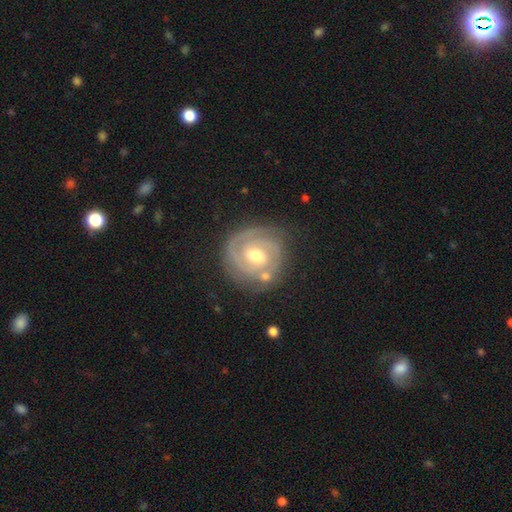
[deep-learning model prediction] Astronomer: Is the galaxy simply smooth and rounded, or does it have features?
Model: featured or disk — 87%.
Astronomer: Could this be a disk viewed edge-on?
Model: no — 98%.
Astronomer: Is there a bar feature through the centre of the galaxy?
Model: weak — 47% (runner-up: no, 39%).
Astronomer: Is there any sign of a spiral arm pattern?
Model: yes — 96%.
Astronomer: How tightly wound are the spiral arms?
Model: tight — 76%.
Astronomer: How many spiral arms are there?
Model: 2 — 70%.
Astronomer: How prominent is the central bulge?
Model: moderate — 73%.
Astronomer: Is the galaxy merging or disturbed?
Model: none — 77%.